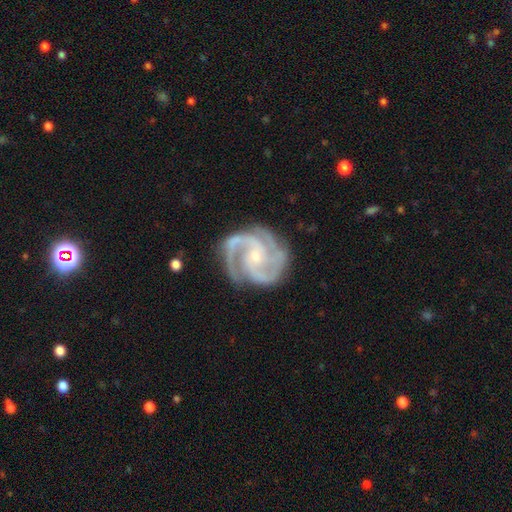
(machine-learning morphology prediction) featured or disk 94%, star or artifact 3%, smooth 3%. Down the decision tree: edge-on disk — no (98%); bar — no (56%); spiral arms — yes (99%); spiral arm count — 3 (52%); spiral winding — medium (48%); bulge size — small (73%); merging — none (76%).